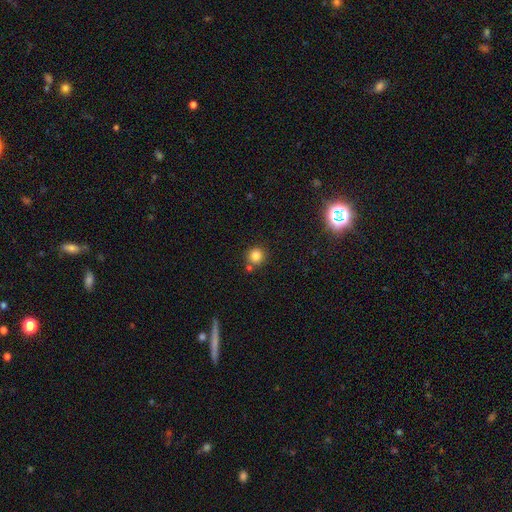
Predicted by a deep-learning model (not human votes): smooth 82%, star or artifact 12%, featured or disk 6%. Down the decision tree: how rounded — round (91%); merging — none (73%).